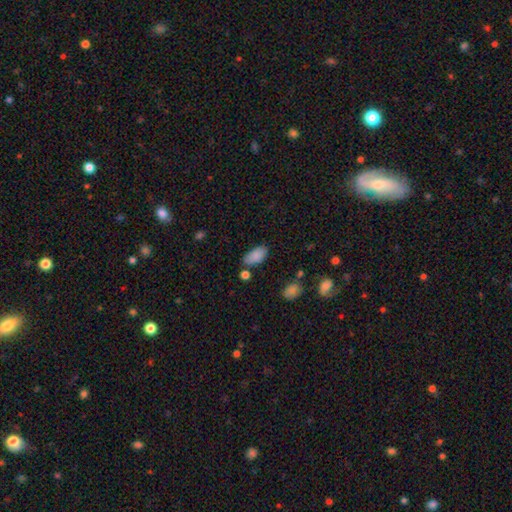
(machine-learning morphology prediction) smooth-or-featured: smooth: 85% | star or artifact: 8% | featured or disk: 7%
  how-rounded: in between: 93% | cigar-shaped: 3% | round: 3%
  merging: none: 71% | minor disturbance: 17% | merger: 7% | major disturbance: 4%